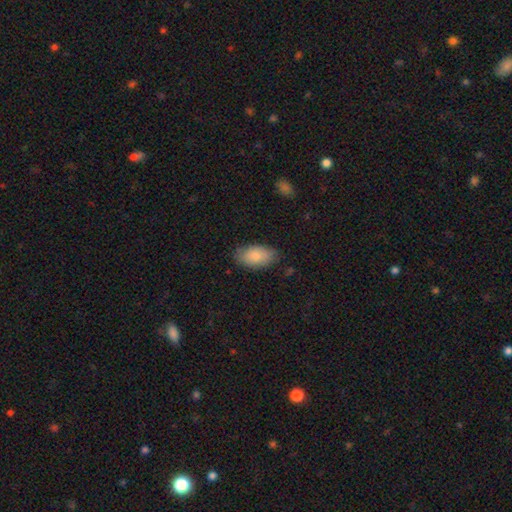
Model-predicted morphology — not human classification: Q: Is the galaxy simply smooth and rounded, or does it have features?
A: smooth — 84%.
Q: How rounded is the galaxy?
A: in between — 94%.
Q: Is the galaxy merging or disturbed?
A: none — 76%.